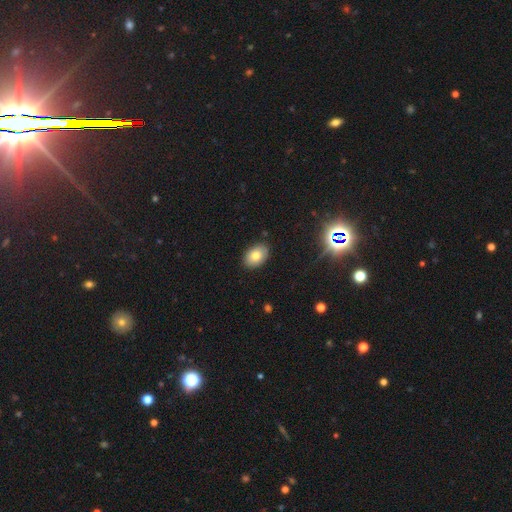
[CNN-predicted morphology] Smooth or featured?
  - smooth: 78% *
  - featured or disk: 12%
  - star or artifact: 10%
How rounded?
  - in between: 84% *
  - round: 15%
  - cigar-shaped: 1%
Merging?
  - none: 88% *
  - minor disturbance: 9%
  - major disturbance: 2%
  - merger: 1%